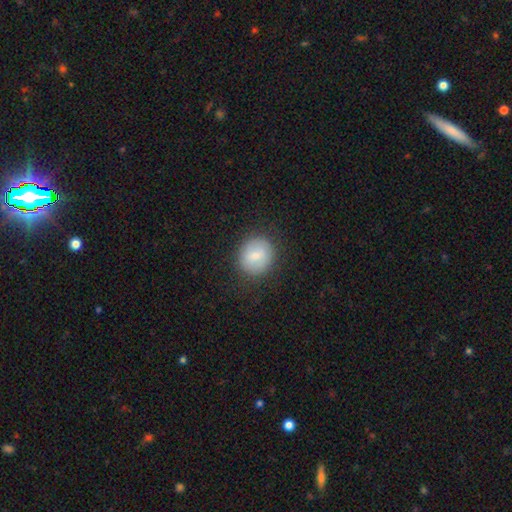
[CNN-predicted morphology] Q: Smooth or featured?
A: smooth (76%); runner-up: featured or disk (16%)
Q: How rounded?
A: round (78%); runner-up: in between (21%)
Q: Merging?
A: none (84%); runner-up: minor disturbance (11%)